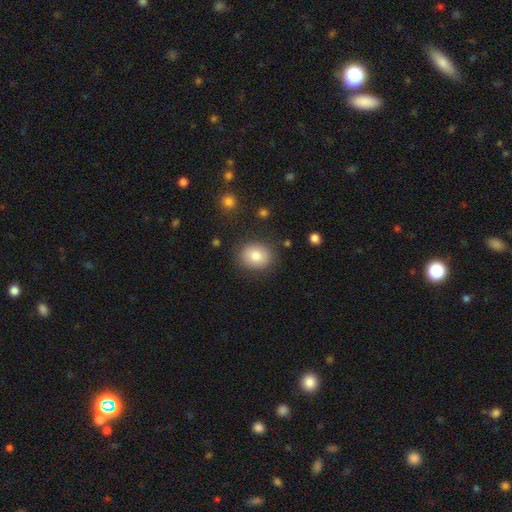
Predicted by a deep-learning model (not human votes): A smooth galaxy with no disk features (82%) that is round (61%).

Vote fractions:
- Smooth or featured? smooth: 82% / featured or disk: 10% / star or artifact: 8%
- How rounded? round: 61% / in between: 38% / cigar-shaped: 1%
- Merging? none: 85% / minor disturbance: 10% / major disturbance: 3% / merger: 2%